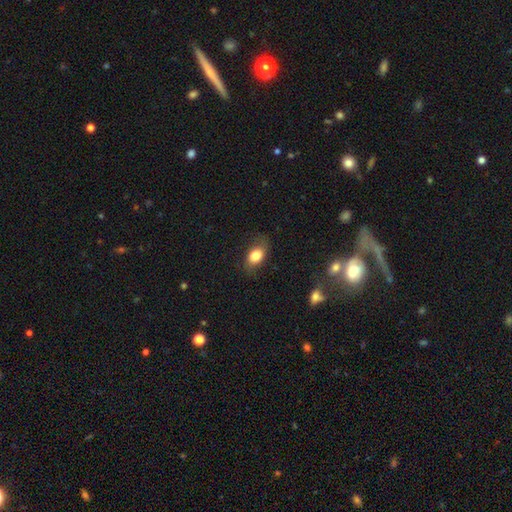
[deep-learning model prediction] smooth 79%, featured or disk 13%, star or artifact 8%. Down the decision tree: how rounded — in between (85%); merging — none (75%).